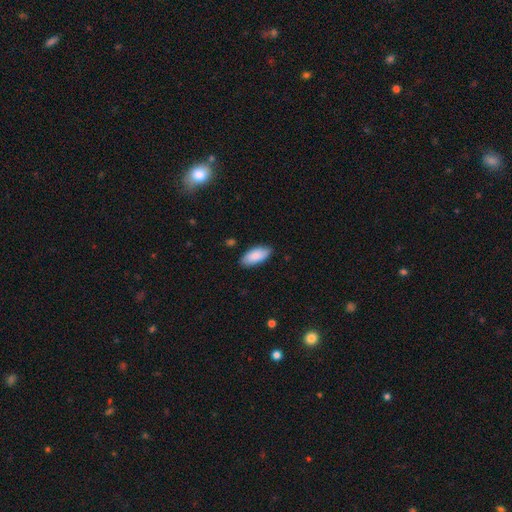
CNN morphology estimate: Smooth or featured: smooth — 85% (featured or disk — 10%)
How rounded: in between — 88% (cigar-shaped — 10%)
Merging: none — 86% (minor disturbance — 11%)